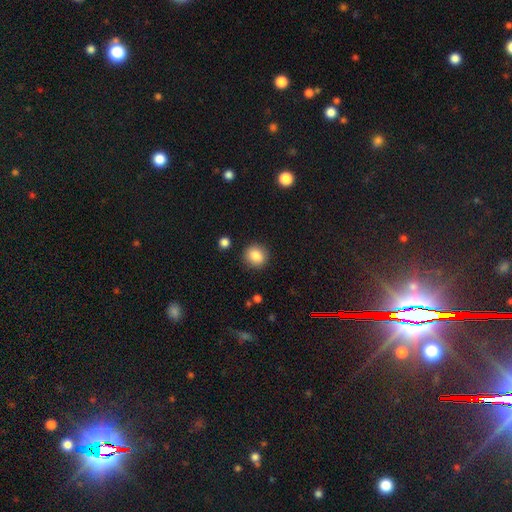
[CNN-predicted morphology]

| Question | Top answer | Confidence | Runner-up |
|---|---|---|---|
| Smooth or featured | smooth | 86% | star or artifact (9%) |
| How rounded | round | 84% | in between (15%) |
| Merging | none | 88% | minor disturbance (8%) |